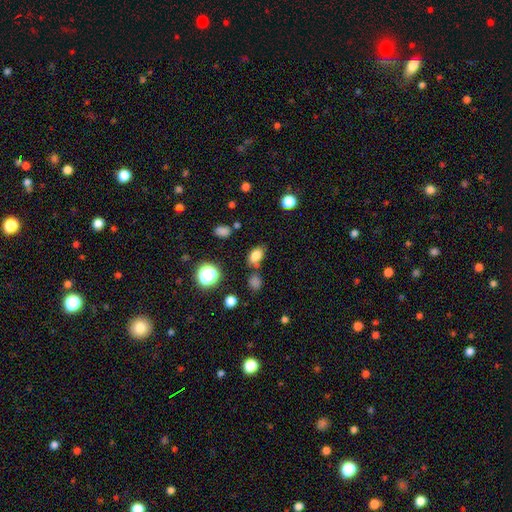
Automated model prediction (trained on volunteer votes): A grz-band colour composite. It shows a smooth galaxy with no disk features (78%) that is in between round and cigar-shaped (80%). Merging: none (63%).